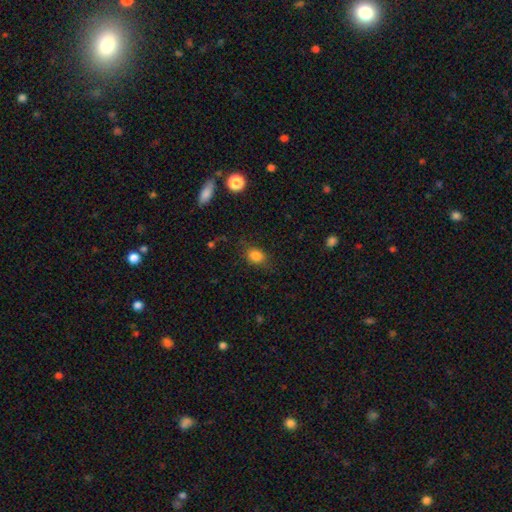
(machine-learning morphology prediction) A smooth galaxy with no disk features (83%) that is in between round and cigar-shaped (63%).

Vote fractions:
- Smooth or featured? smooth: 83% / star or artifact: 11% / featured or disk: 6%
- How rounded? in between: 63% / round: 35% / cigar-shaped: 2%
- Merging? none: 73% / minor disturbance: 19% / major disturbance: 6% / merger: 2%